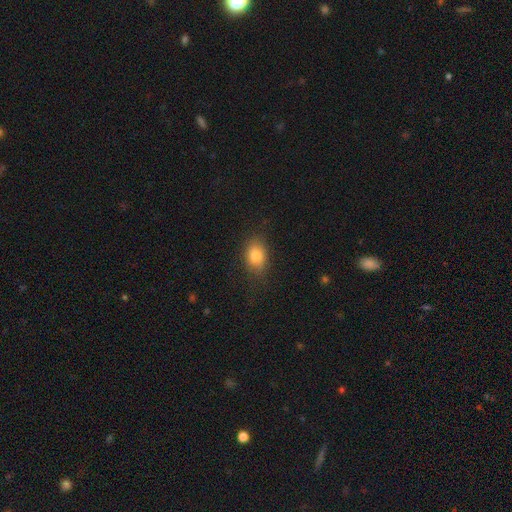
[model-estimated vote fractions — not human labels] Smooth or featured: smooth — 79% (featured or disk — 11%)
How rounded: in between — 75% (round — 23%)
Merging: none — 76% (minor disturbance — 18%)